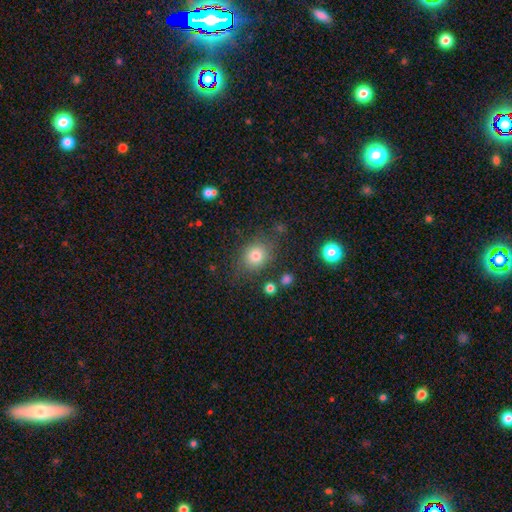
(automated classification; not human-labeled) smooth-or-featured: smooth: 79% | star or artifact: 13% | featured or disk: 9%
  how-rounded: round: 62% | in between: 37% | cigar-shaped: 1%
  merging: none: 77% | minor disturbance: 14% | major disturbance: 5% | merger: 4%